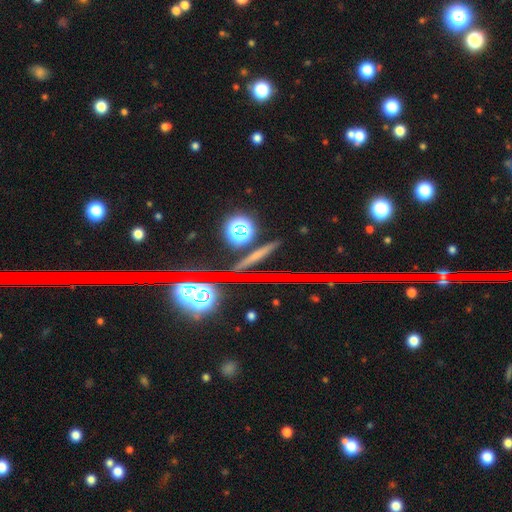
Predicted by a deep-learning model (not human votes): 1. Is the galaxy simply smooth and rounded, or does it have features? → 58% star or artifact, 22% smooth, 20% featured or disk.